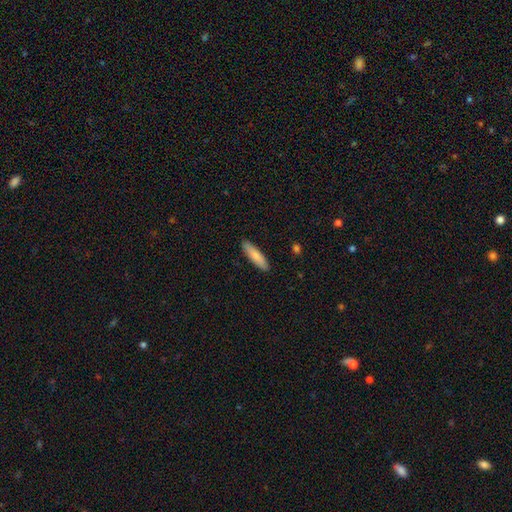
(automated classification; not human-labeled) This is clearly a smooth galaxy (82%). How rounded: likely cigar-shaped (73%). Merging: clearly none (90%).